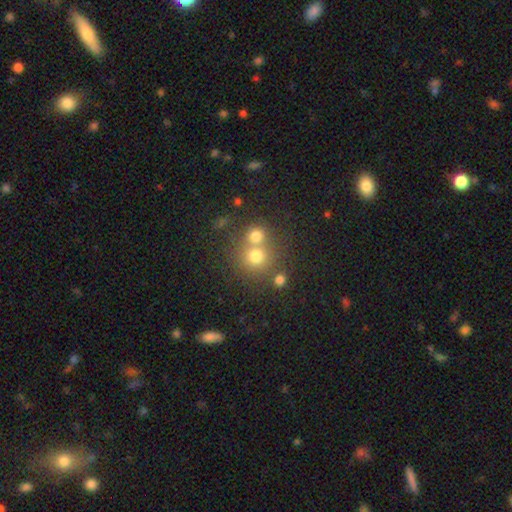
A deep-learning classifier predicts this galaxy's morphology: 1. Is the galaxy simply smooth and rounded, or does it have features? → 72% smooth, 16% star or artifact, 13% featured or disk.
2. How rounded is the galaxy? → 88% round, 11% in between, 1% cigar-shaped.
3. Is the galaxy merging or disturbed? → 49% none, 41% merger, 6% minor disturbance, 3% major disturbance.